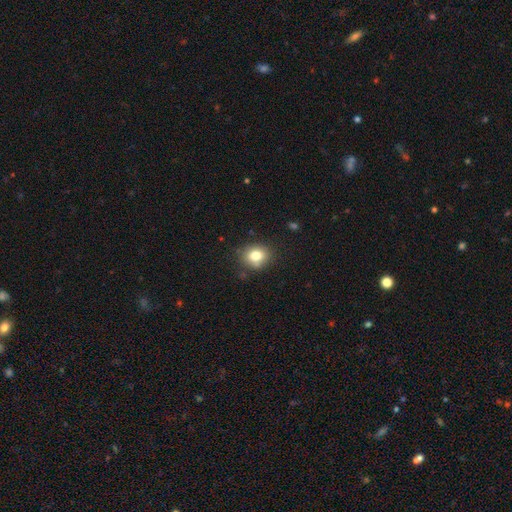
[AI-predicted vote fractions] smooth_or_featured: smooth (p=0.80) [alt: star or artifact p=0.11]
how_rounded: round (p=0.62) [alt: in between p=0.37]
merging: none (p=0.79) [alt: minor disturbance p=0.15]